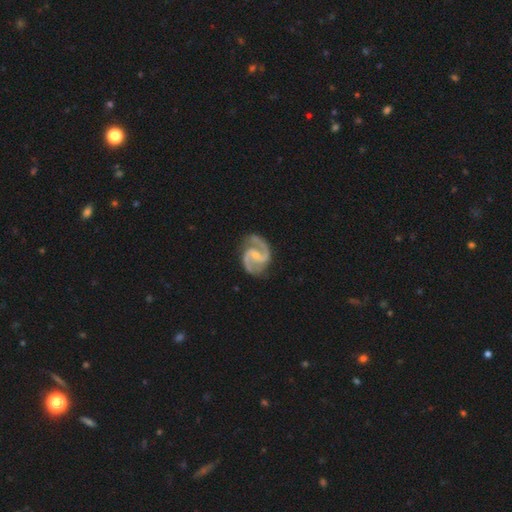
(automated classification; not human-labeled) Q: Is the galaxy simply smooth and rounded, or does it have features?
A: featured or disk — 94%.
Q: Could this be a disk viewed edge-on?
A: no — 98%.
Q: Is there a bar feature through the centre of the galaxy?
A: weak — 47%.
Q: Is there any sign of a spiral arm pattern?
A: yes — 99%.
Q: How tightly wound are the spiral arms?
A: medium — 66%.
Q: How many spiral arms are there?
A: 2 — 94%.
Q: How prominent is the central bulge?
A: small — 64%.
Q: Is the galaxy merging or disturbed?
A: none — 80%.